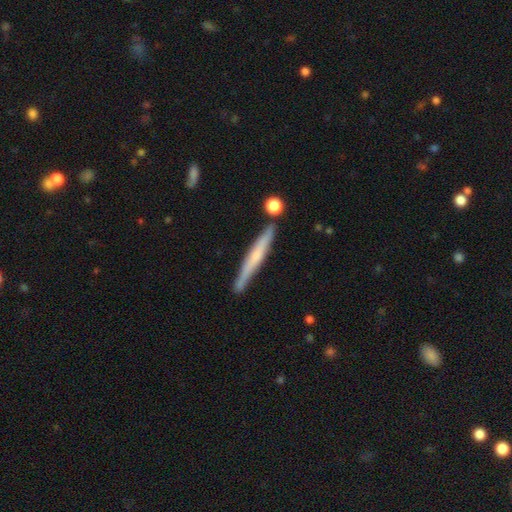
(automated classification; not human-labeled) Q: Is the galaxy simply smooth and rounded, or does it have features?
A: featured or disk — 53%.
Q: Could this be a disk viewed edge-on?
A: yes — 95%.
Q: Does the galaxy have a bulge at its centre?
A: none — 47%.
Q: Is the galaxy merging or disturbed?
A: none — 81%.